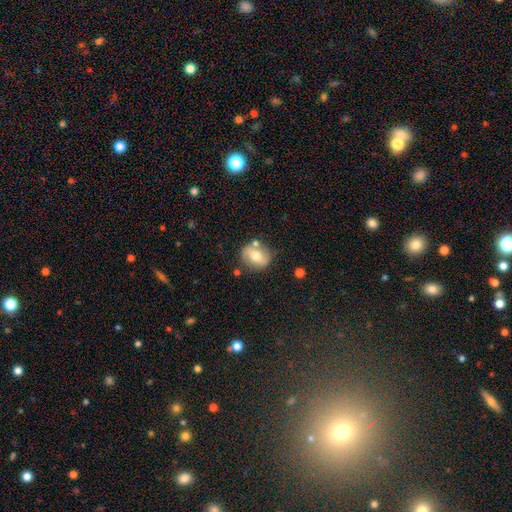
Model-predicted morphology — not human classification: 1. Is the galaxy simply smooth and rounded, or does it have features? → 48% smooth, 44% featured or disk, 8% star or artifact.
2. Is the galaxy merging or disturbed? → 74% none, 15% minor disturbance, 7% merger, 4% major disturbance.